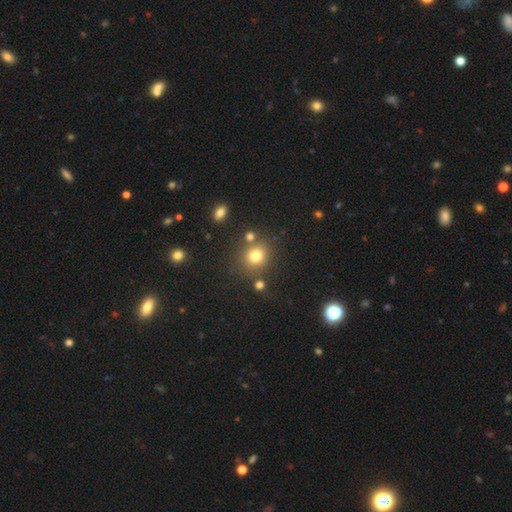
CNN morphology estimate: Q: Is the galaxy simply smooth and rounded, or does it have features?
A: smooth — 77%.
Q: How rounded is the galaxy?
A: round — 84%.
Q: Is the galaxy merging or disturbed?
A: none — 75%.